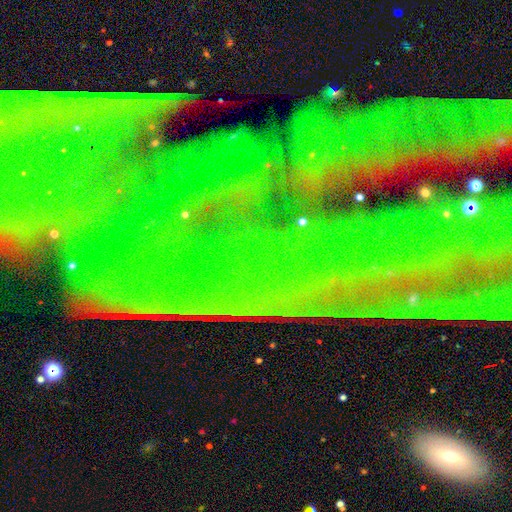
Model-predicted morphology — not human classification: Overall: star or artifact (79%).